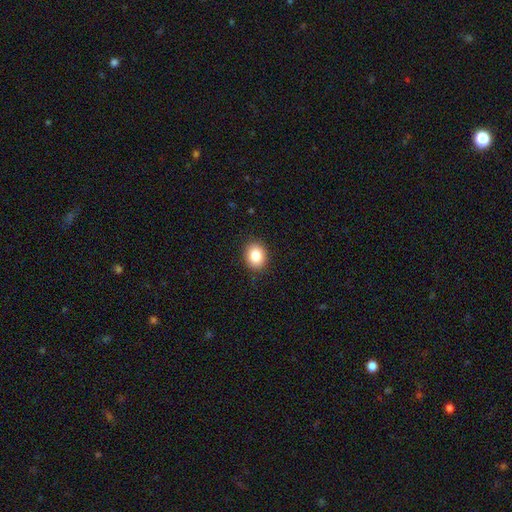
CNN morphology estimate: Q: Smooth or featured?
A: smooth (85%); runner-up: star or artifact (9%)
Q: How rounded?
A: round (55%); runner-up: in between (44%)
Q: Merging?
A: none (89%); runner-up: minor disturbance (8%)